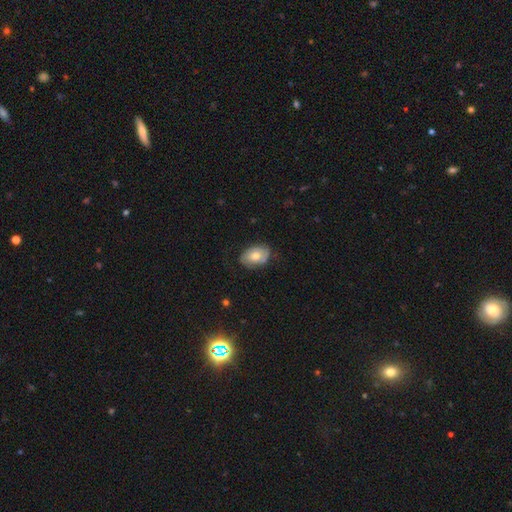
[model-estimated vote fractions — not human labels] This is possibly a smooth galaxy (59%). How rounded: clearly in between (85%). Merging: likely none (71%).